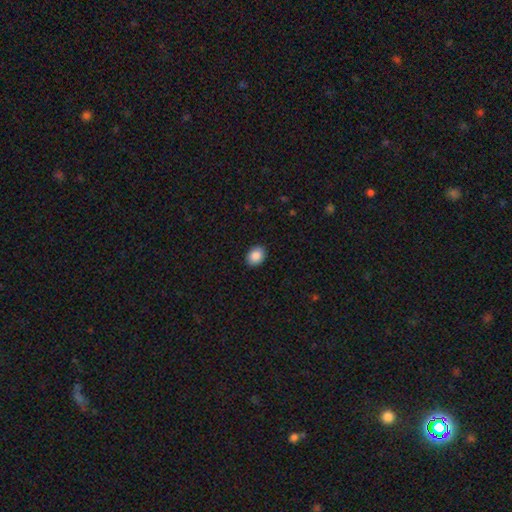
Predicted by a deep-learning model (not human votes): smooth 88%, star or artifact 8%, featured or disk 4%. Down the decision tree: how rounded — in between (61%); merging — none (91%).